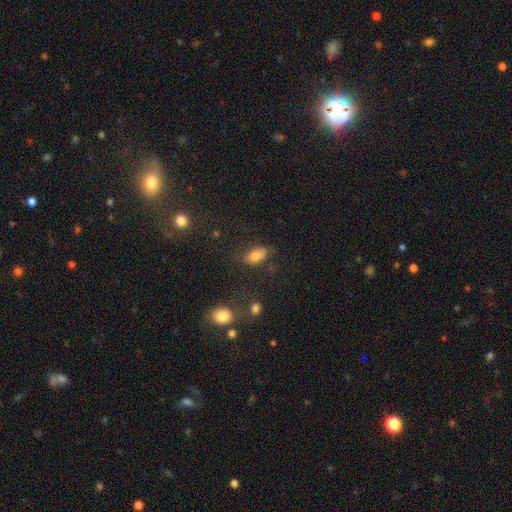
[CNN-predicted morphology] smooth-or-featured: smooth: 76% | featured or disk: 13% | star or artifact: 12%
  how-rounded: in between: 86% | round: 8% | cigar-shaped: 6%
  merging: none: 64% | minor disturbance: 22% | major disturbance: 9% | merger: 5%